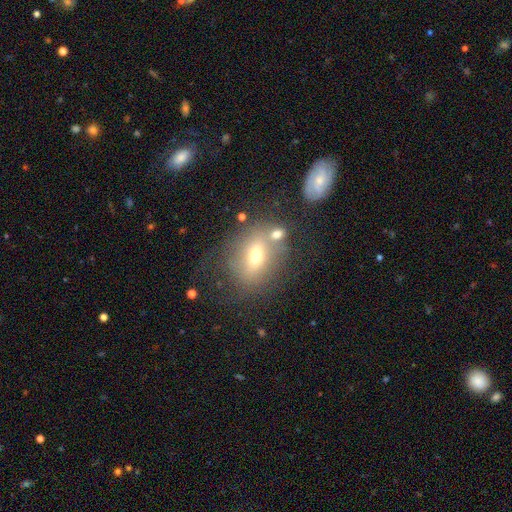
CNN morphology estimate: Smooth or featured? smooth (52%)
How rounded? in between (56%)
Merging? none (55%)